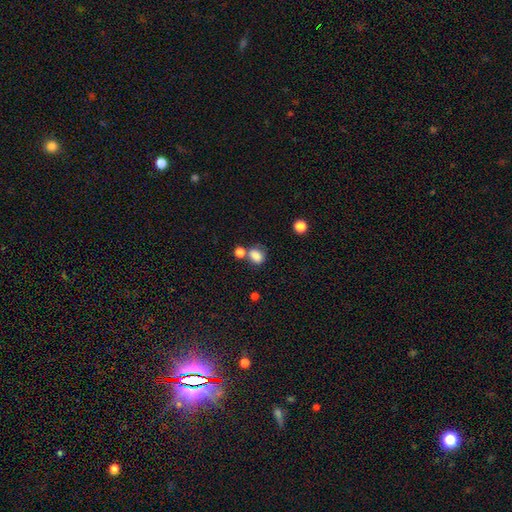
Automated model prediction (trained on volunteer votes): Smooth or featured? smooth (83%)
How rounded? in between (56%)
Merging? none (50%)